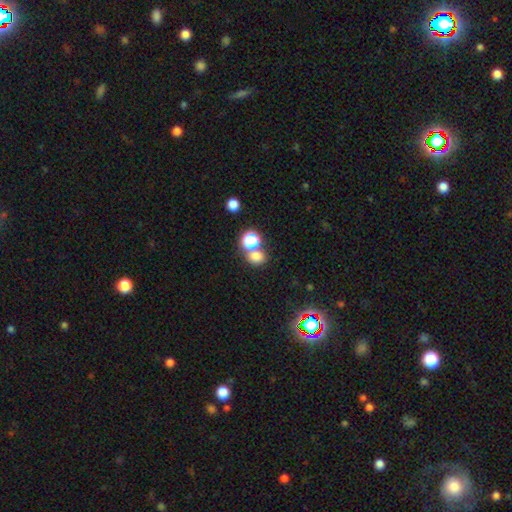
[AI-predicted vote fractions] Morphology: type=smooth (73%); roundness=round (69%); merging=none (56%).